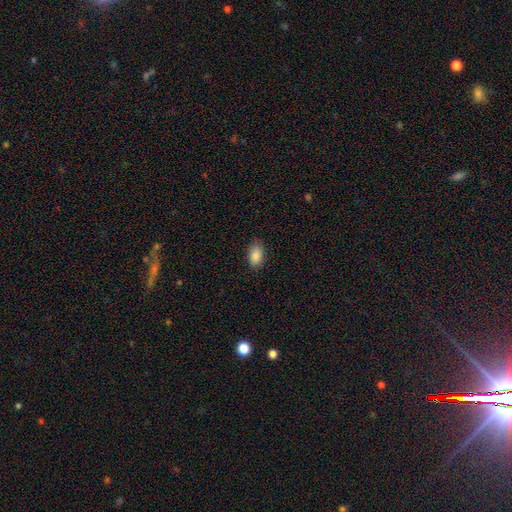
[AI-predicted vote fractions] smooth 88%, star or artifact 7%, featured or disk 5%. Down the decision tree: how rounded — in between (92%); merging — none (83%).